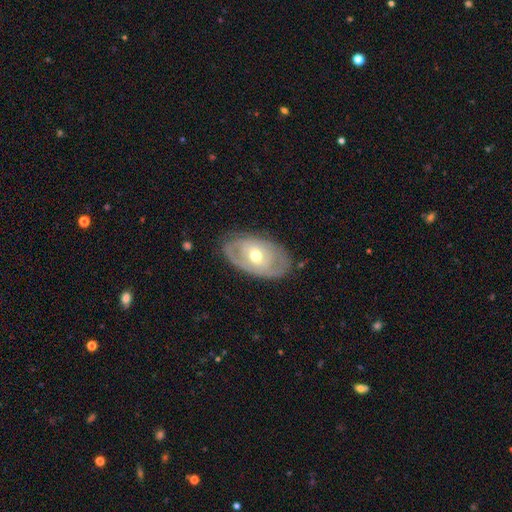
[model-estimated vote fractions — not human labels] Morphology: type=featured or disk (69%); edge-on=no (92%); bar=no (59%); spiral arms=yes (55%); bulge=moderate (69%); merging=none (76%).